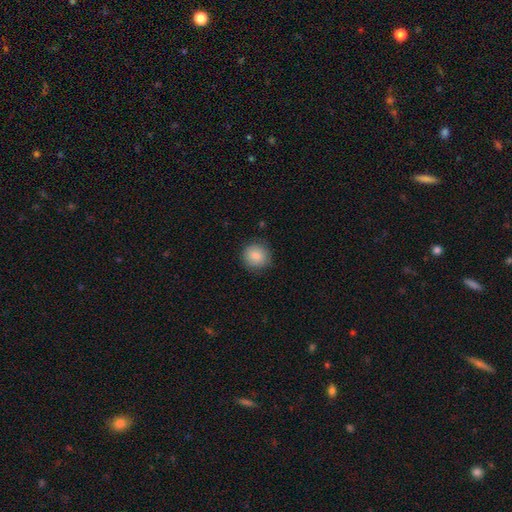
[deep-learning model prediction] Q: Smooth or featured?
A: smooth (84%); runner-up: star or artifact (9%)
Q: How rounded?
A: round (92%); runner-up: in between (7%)
Q: Merging?
A: none (86%); runner-up: minor disturbance (11%)